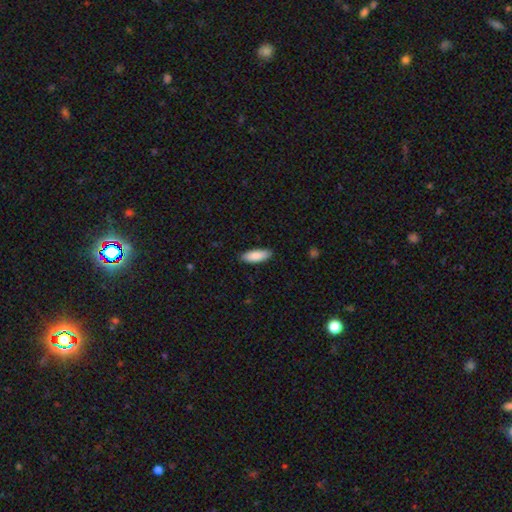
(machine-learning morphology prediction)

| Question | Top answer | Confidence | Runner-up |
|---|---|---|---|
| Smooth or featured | smooth | 89% | star or artifact (6%) |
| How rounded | in between | 72% | cigar-shaped (27%) |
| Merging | none | 87% | minor disturbance (10%) |